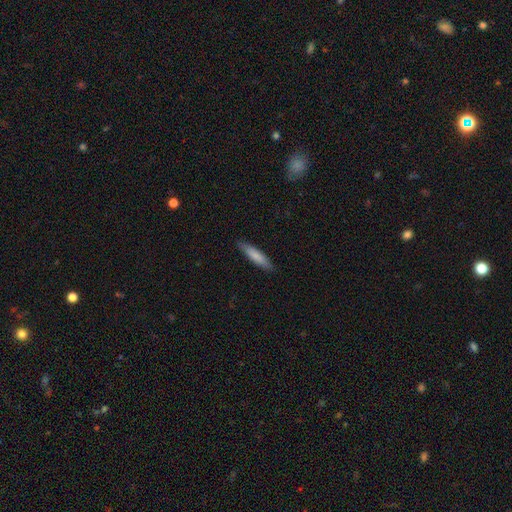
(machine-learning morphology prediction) Smooth or featured: smooth — 80% (featured or disk — 14%)
How rounded: cigar-shaped — 80% (in between — 19%)
Merging: none — 88% (minor disturbance — 9%)